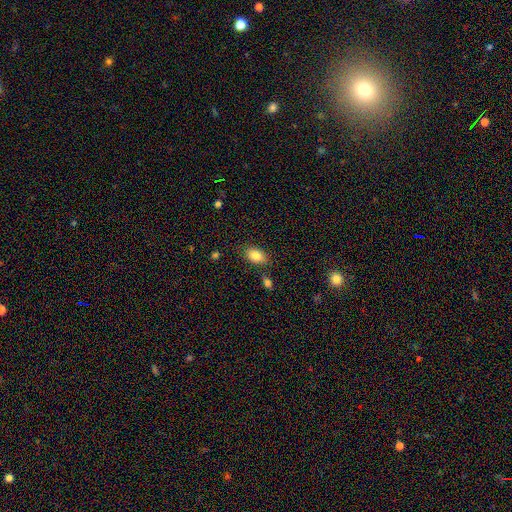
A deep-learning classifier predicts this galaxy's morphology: smooth 85%, star or artifact 8%, featured or disk 7%. Down the decision tree: how rounded — in between (90%); merging — none (79%).